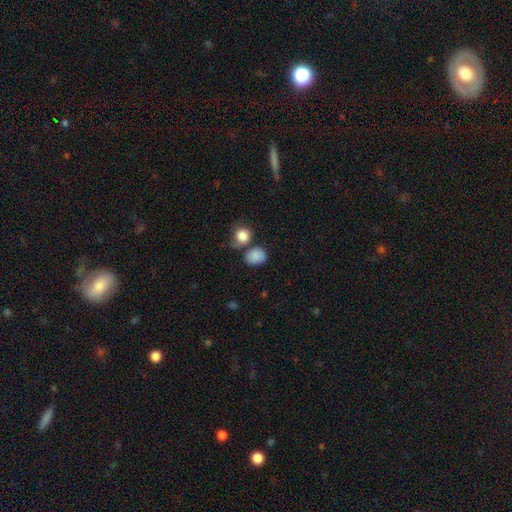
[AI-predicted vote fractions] Smooth or featured? Predicted: smooth (p=0.86). How rounded? Predicted: in between (p=0.54). Merging? Predicted: none (p=0.56).